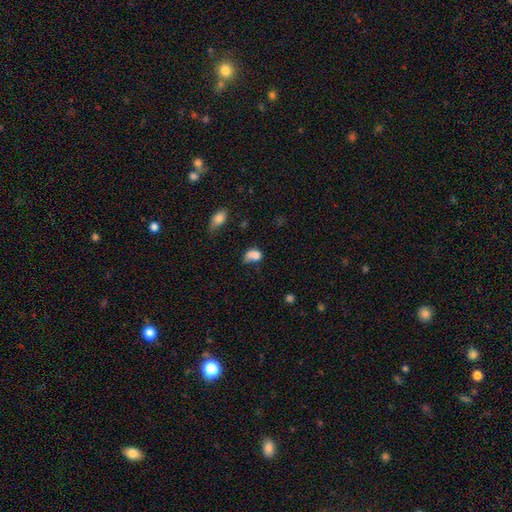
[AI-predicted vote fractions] smooth 72%, featured or disk 17%, star or artifact 11%. Down the decision tree: how rounded — in between (69%); merging — major disturbance (33%).